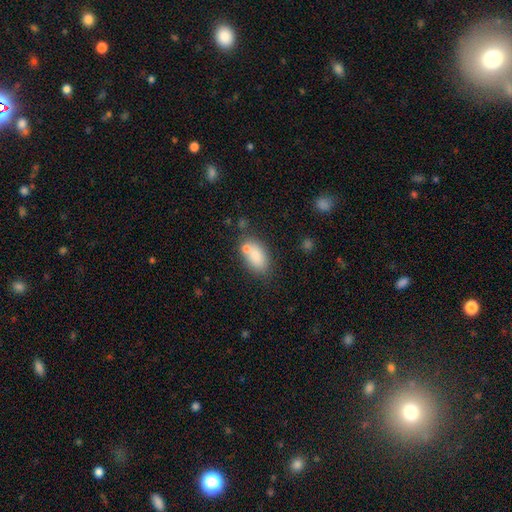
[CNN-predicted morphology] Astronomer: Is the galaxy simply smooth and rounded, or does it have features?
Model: smooth — 82%.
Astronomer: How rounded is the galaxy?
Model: in between — 90%.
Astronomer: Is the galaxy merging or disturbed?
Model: none — 58%.